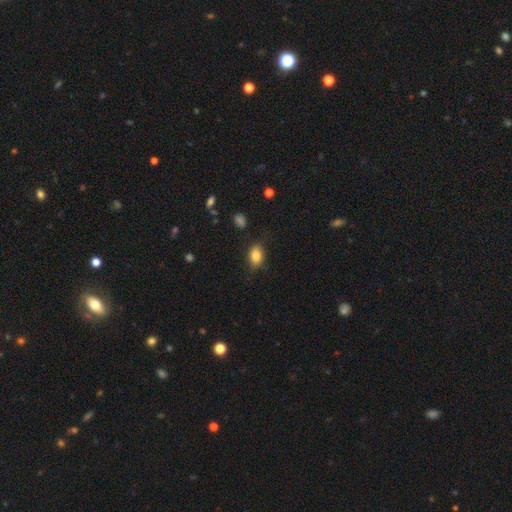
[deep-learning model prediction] Smooth or featured? smooth (84%)
How rounded? in between (80%)
Merging? none (74%)